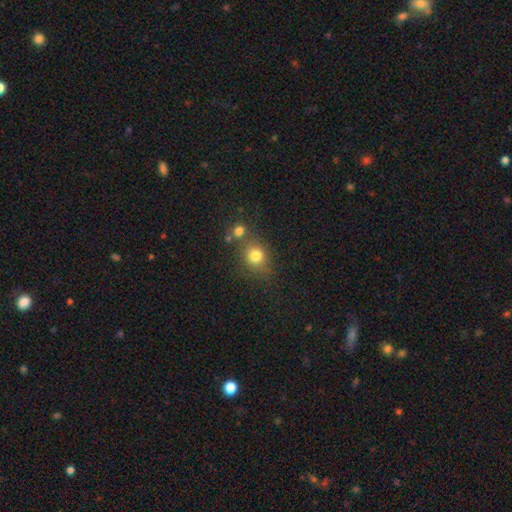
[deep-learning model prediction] Overall: smooth (78%). How rounded: round (72%). Merging: none (60%; merger 22%).